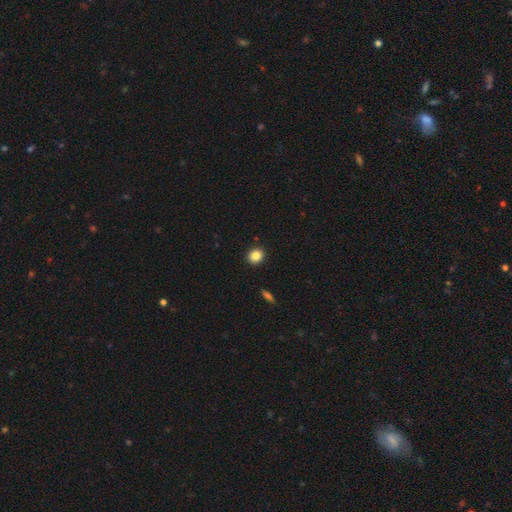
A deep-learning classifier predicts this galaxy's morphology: type=smooth (86%); roundness=round (73%); merging=none (91%).